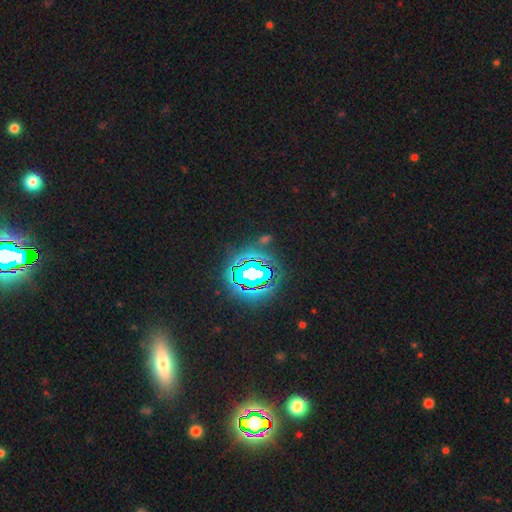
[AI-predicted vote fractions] Q: Smooth or featured?
A: star or artifact (78%); runner-up: smooth (13%)